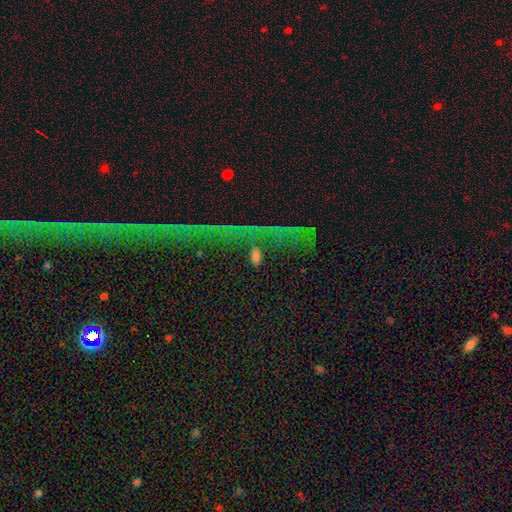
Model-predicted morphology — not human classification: This is possibly a smooth galaxy (56%). How rounded: likely in between (77%). Merging: possibly none (58%).